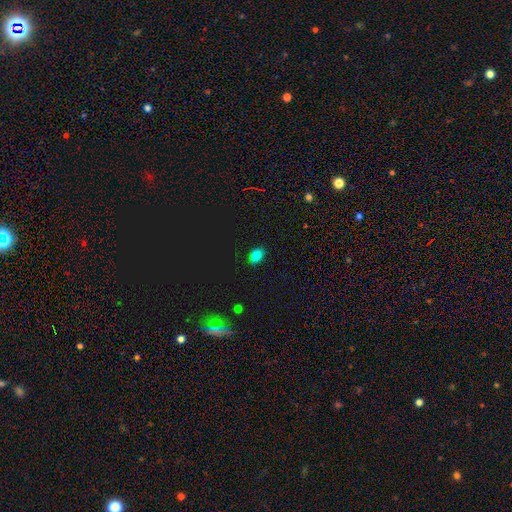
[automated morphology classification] A smooth galaxy with no disk features (76%) that is in between round and cigar-shaped (75%).

Vote fractions:
- Smooth or featured? smooth: 76% / star or artifact: 19% / featured or disk: 5%
- How rounded? in between: 75% / round: 23% / cigar-shaped: 1%
- Merging? none: 75% / minor disturbance: 20% / major disturbance: 3% / merger: 1%